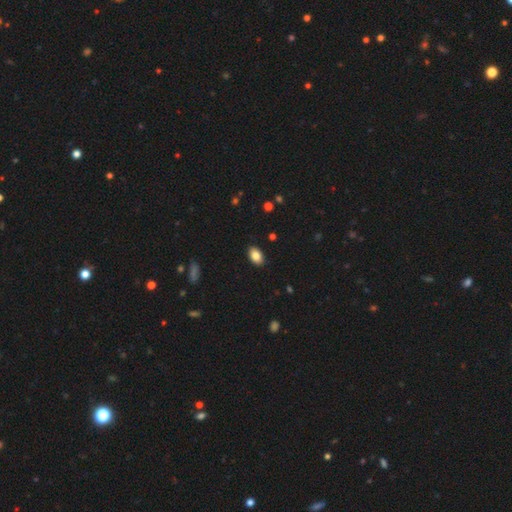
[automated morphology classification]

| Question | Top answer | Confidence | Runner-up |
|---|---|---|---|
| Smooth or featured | smooth | 84% | star or artifact (8%) |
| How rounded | in between | 89% | round (10%) |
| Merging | none | 89% | minor disturbance (8%) |